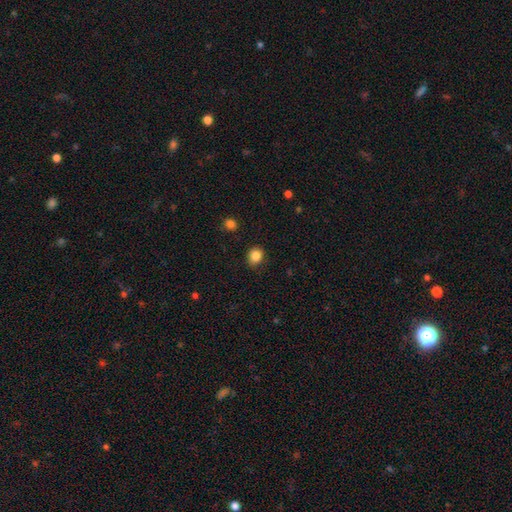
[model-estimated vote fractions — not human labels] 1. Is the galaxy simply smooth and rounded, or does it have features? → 85% smooth, 11% star or artifact, 4% featured or disk.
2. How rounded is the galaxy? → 68% round, 31% in between, 1% cigar-shaped.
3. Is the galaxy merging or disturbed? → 85% none, 11% minor disturbance, 2% major disturbance, 1% merger.